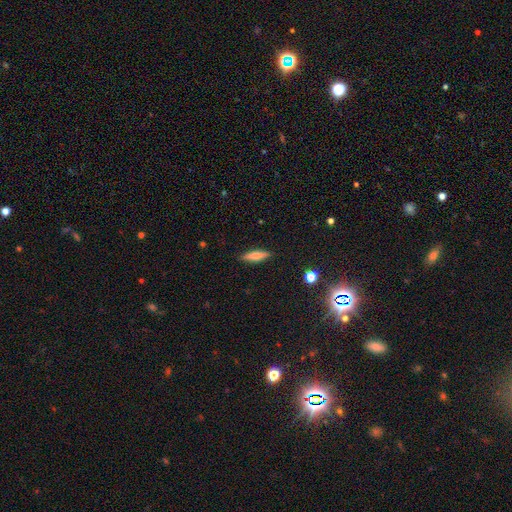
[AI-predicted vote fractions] A smooth galaxy with no disk features (59%) that is cigar-shaped (71%). Merging: none (89%).